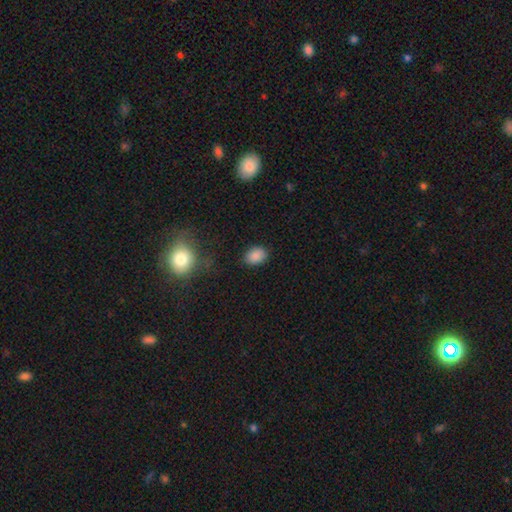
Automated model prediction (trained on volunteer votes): The model was most divided on "how rounded": in between: 74%, round: 25%, cigar-shaped: 1%. More confident: smooth or featured — smooth (86%); merging — none (85%).